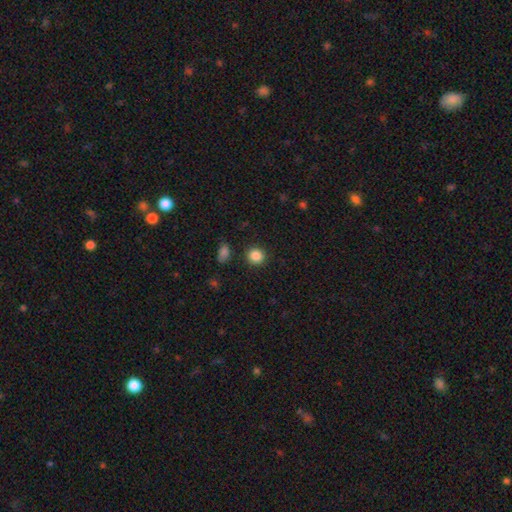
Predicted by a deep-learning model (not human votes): Overall: smooth (86%). How rounded: round (85%). Merging: none (89%).